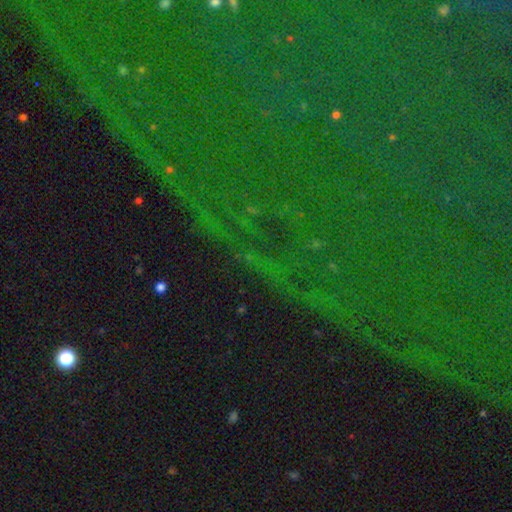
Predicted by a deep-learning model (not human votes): Overall: star or artifact (84%).